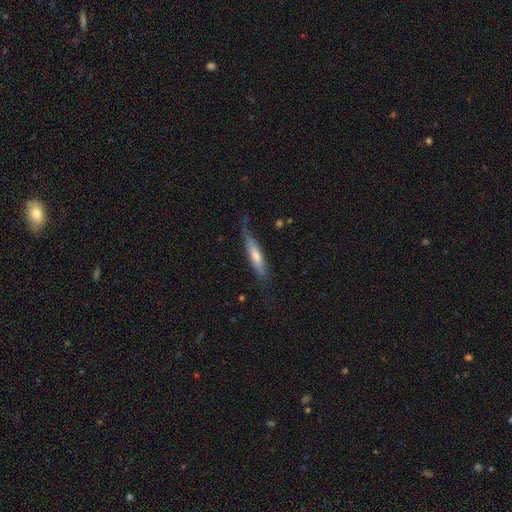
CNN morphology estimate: A smooth galaxy with no disk features (53%) that is cigar-shaped (84%). Merging: none (65%).